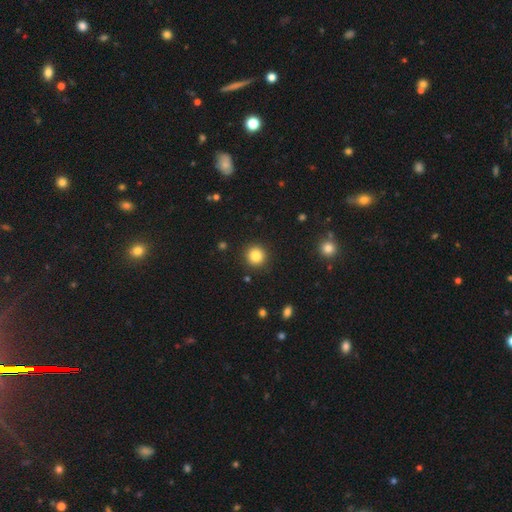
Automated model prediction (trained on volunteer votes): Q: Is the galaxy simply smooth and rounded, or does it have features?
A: smooth — 84%.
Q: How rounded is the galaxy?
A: round — 94%.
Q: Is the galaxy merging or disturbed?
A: none — 91%.